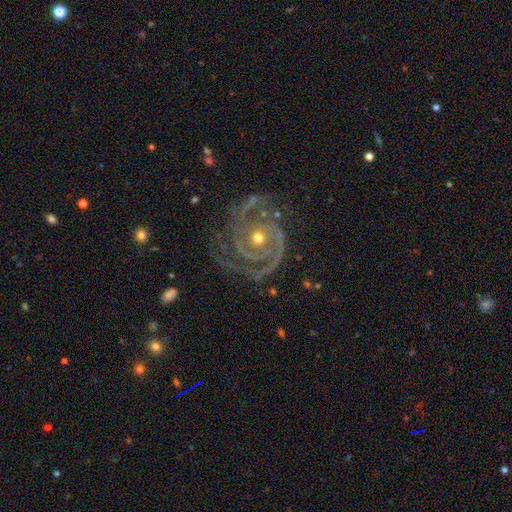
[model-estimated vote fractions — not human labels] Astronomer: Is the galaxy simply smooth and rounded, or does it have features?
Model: featured or disk — 88%.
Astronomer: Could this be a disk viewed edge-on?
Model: no — 98%.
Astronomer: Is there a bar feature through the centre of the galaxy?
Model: no — 67%.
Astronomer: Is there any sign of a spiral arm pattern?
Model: yes — 98%.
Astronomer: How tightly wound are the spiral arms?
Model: tight — 68%.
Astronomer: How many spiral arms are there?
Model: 2 — 56%.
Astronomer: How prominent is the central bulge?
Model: small — 50% (runner-up: moderate, 46%).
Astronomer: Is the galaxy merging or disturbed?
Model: none — 78%.